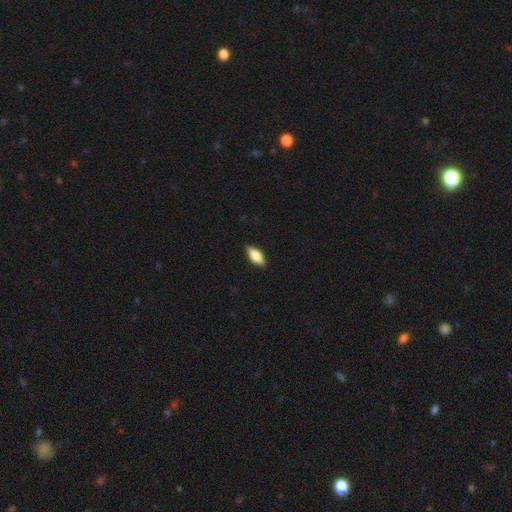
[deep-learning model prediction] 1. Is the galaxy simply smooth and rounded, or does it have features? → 79% smooth, 15% featured or disk, 6% star or artifact.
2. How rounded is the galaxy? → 79% in between, 19% cigar-shaped, 2% round.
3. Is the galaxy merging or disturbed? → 87% none, 10% minor disturbance, 2% major disturbance, 1% merger.